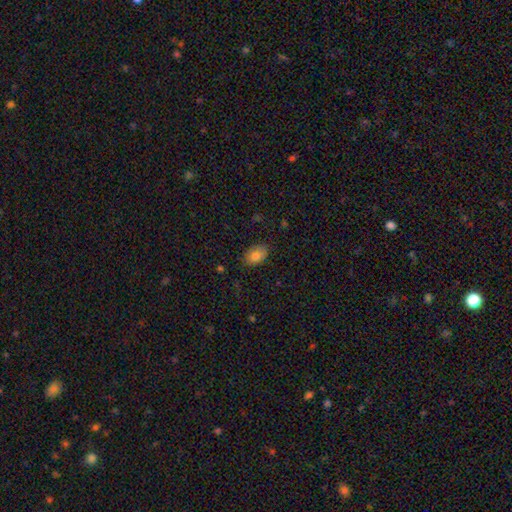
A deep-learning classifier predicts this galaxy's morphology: Smooth or featured: smooth — 81% (featured or disk — 10%)
How rounded: in between — 86% (round — 12%)
Merging: none — 84% (minor disturbance — 13%)